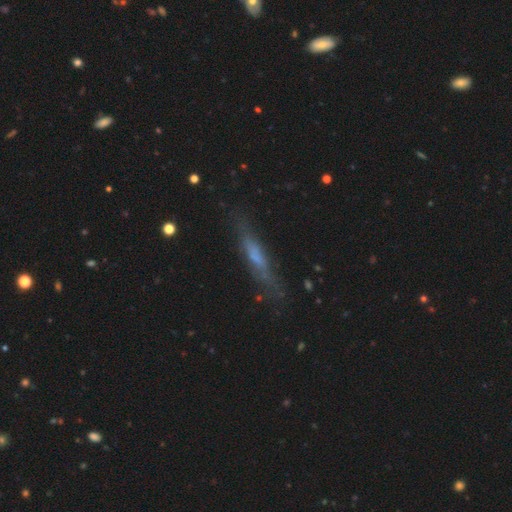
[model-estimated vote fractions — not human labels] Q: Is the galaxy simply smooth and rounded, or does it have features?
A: featured or disk — 46%.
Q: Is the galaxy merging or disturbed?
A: none — 74%.